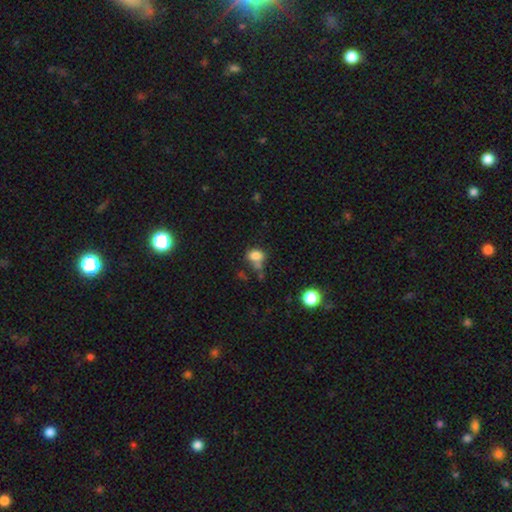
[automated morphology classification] Smooth or featured? smooth (77%)
How rounded? in between (67%)
Merging? none (41%)